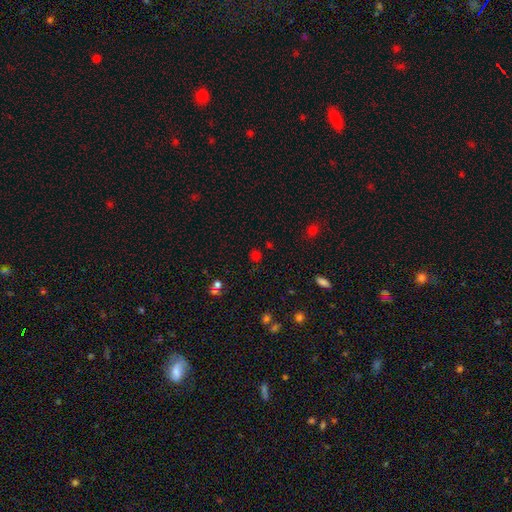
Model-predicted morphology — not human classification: Overall: smooth (56%; star or artifact 38%). How rounded: round (80%). Merging: none (78%).